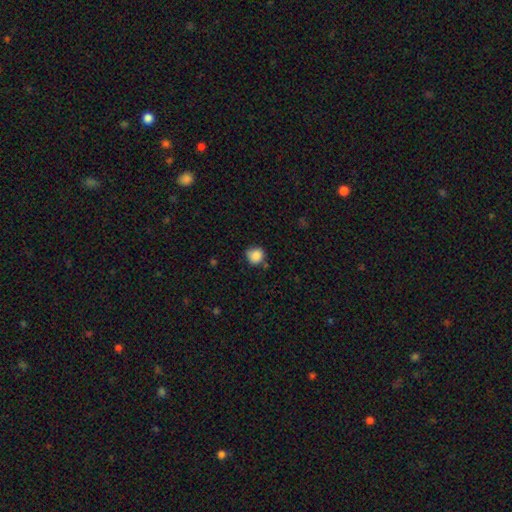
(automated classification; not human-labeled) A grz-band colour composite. It shows a smooth galaxy with no disk features (86%) that is round (84%). Merging: none (66%).